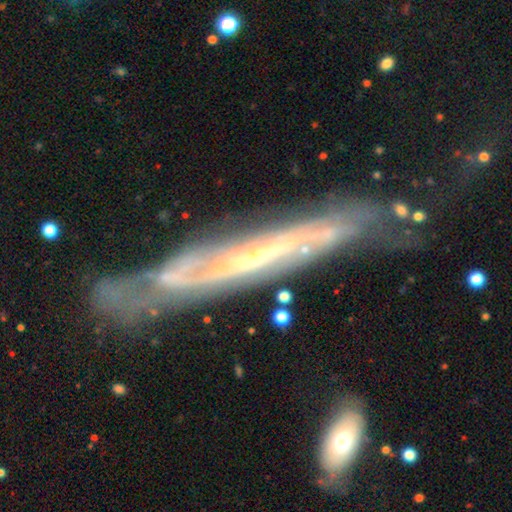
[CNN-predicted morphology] smooth_or_featured: featured or disk (p=0.82) [alt: smooth p=0.11]
disk_edge_on: yes (p=0.56) [alt: no p=0.44]
merging: none (p=0.61) [alt: minor disturbance p=0.24]